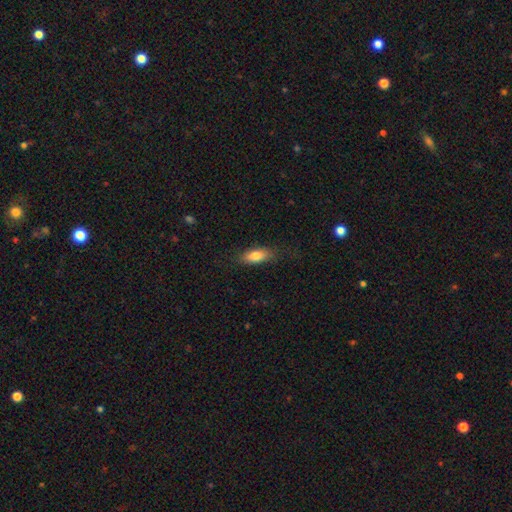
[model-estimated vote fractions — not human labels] Overall: smooth (79%). How rounded: in between (78%). Merging: none (79%).